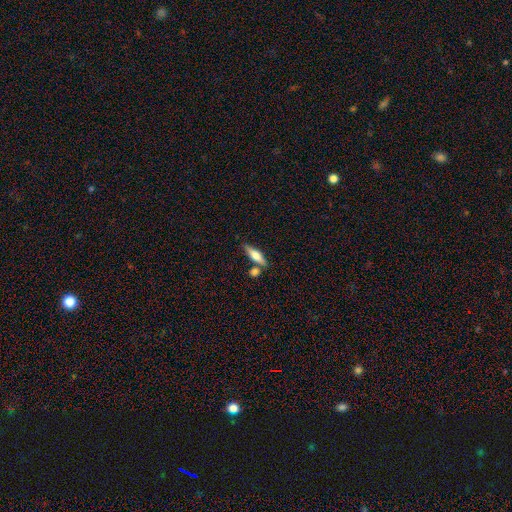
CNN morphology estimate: Smooth or featured? smooth (55%)
How rounded? cigar-shaped (61%)
Merging? none (69%)